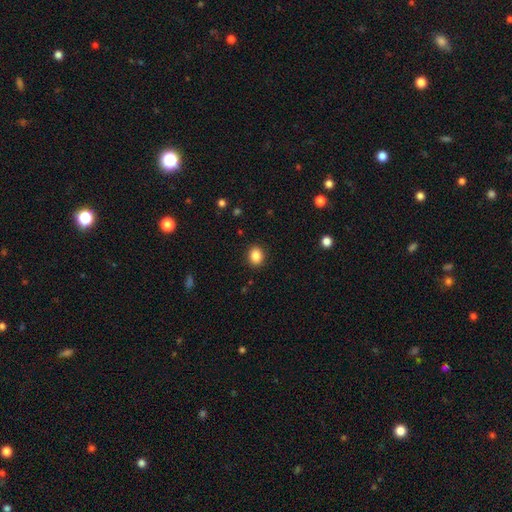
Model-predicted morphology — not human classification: Overall: smooth (86%). How rounded: round (57%; in between 42%). Merging: none (90%).